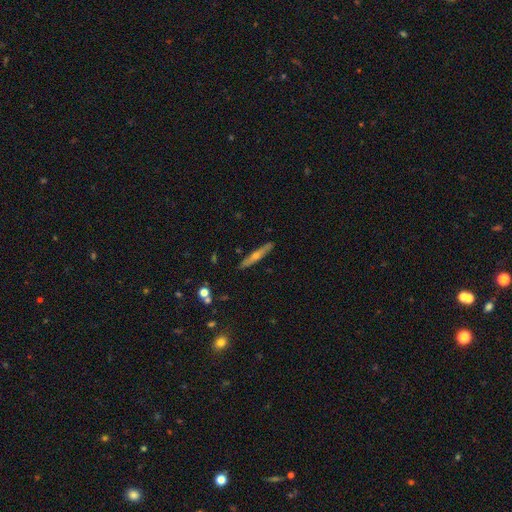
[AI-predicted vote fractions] The model was most divided on "smooth or featured": featured or disk: 62%, smooth: 31%, star or artifact: 7%. More confident: edge-on disk — yes (93%); merging — none (88%); edge-on bulge — rounded (80%).